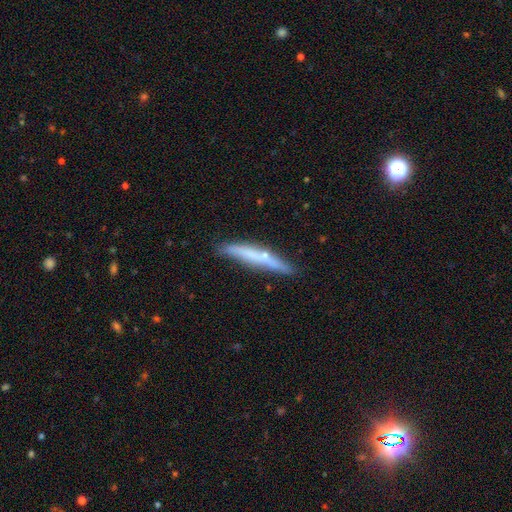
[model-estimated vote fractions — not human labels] Smooth or featured? smooth (49%)
Merging? none (74%)